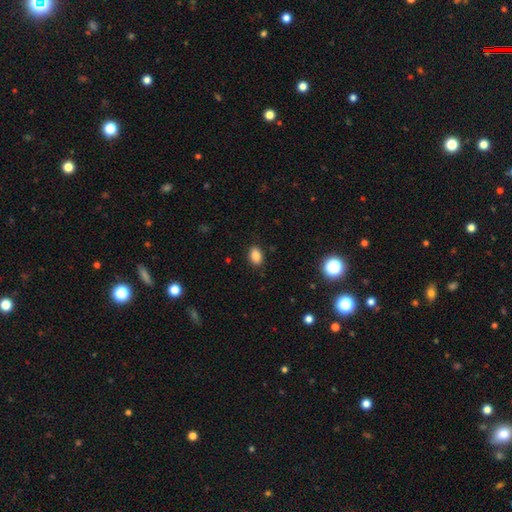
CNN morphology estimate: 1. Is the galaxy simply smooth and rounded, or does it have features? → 86% smooth, 10% star or artifact, 4% featured or disk.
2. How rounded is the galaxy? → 83% in between, 16% round, 1% cigar-shaped.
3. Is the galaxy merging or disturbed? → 87% none, 9% minor disturbance, 2% major disturbance, 1% merger.